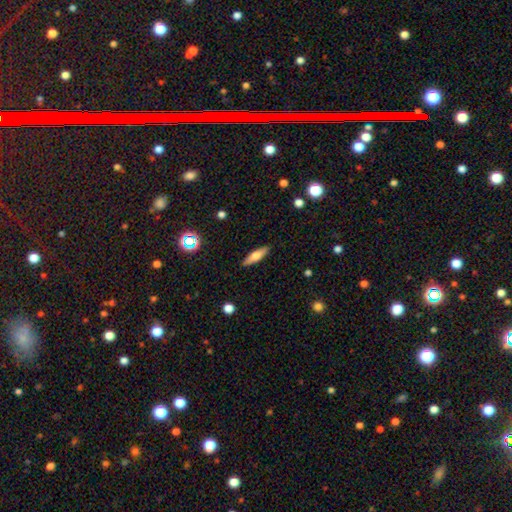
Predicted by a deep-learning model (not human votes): The model was most divided on "how rounded": cigar-shaped: 63%, in between: 35%, round: 2%. More confident: merging — none (89%); smooth or featured — smooth (66%).